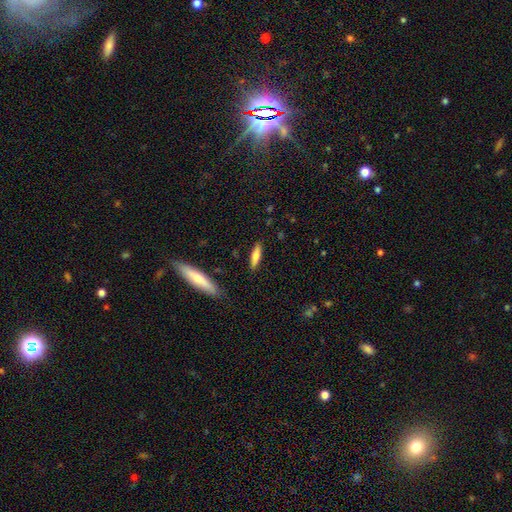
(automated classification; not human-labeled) Smooth or featured? Predicted: smooth (p=0.68). How rounded? Predicted: cigar-shaped (p=0.67). Merging? Predicted: none (p=0.87).